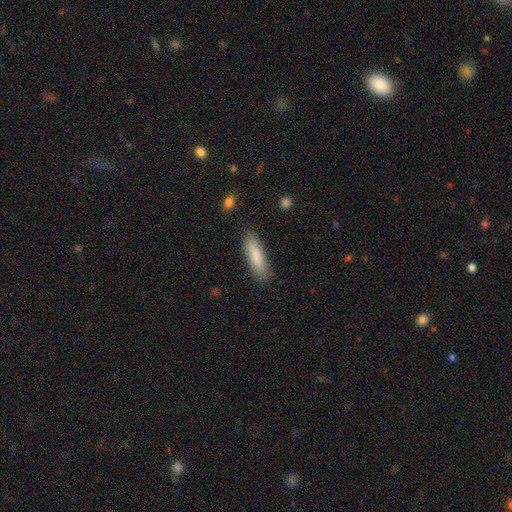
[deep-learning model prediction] Smooth or featured: smooth — 85% (featured or disk — 9%)
How rounded: cigar-shaped — 65% (in between — 33%)
Merging: none — 86% (minor disturbance — 11%)